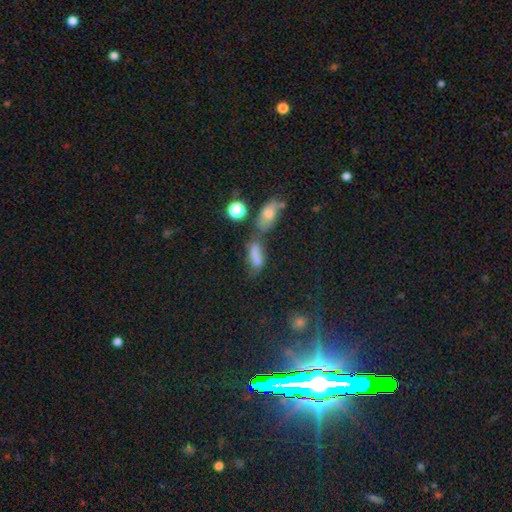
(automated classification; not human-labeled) Overall: smooth (71%). How rounded: in between (73%). Merging: none (34%; merger 33%).